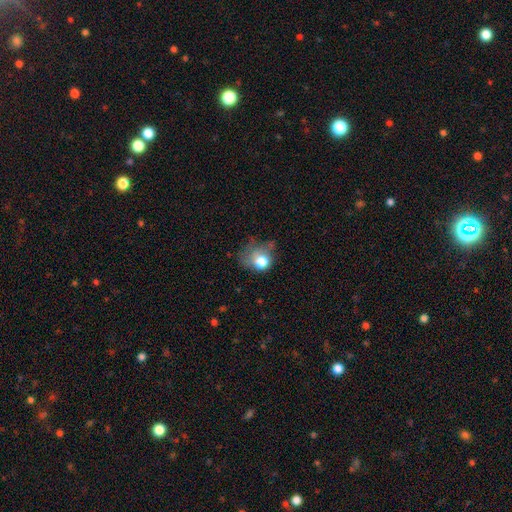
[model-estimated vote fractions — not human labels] Smooth or featured?
  - smooth: 68% *
  - featured or disk: 19%
  - star or artifact: 13%
How rounded?
  - round: 66% *
  - in between: 33%
  - cigar-shaped: 1%
Merging?
  - none: 34% *
  - major disturbance: 32%
  - minor disturbance: 29%
  - merger: 5%